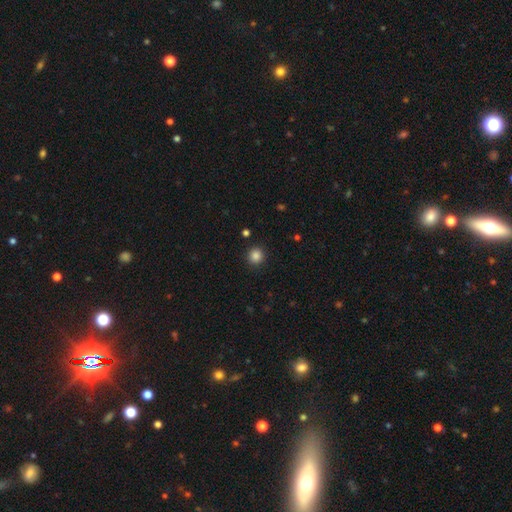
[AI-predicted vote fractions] Smooth or featured: smooth — 86% (star or artifact — 11%)
How rounded: round — 93% (in between — 6%)
Merging: none — 92% (minor disturbance — 5%)